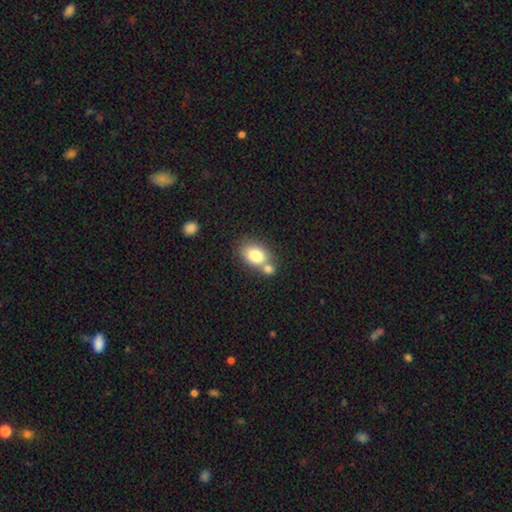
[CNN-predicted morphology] Smooth or featured: smooth — 78% (featured or disk — 13%)
How rounded: in between — 69% (round — 29%)
Merging: merger — 44% (none — 41%)